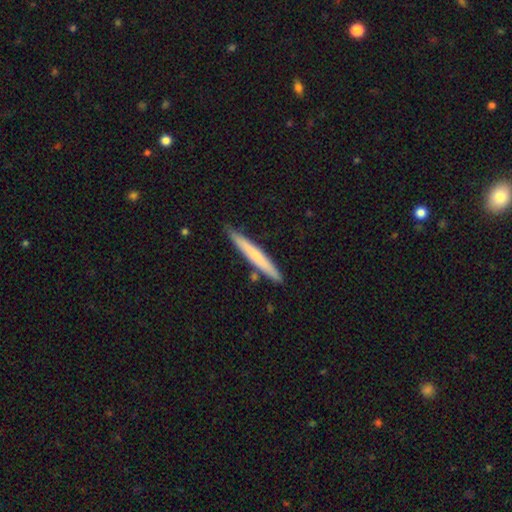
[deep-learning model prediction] A smooth galaxy with no disk features (56%) that is cigar-shaped (96%). Merging: none (86%).